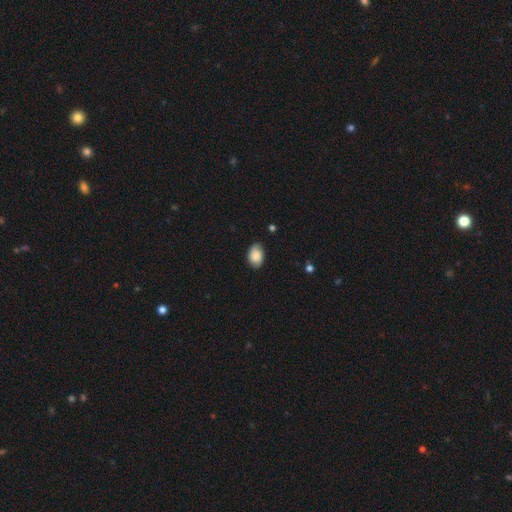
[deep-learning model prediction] A smooth galaxy with no disk features (81%) that is in between round and cigar-shaped (87%).

Vote fractions:
- Smooth or featured? smooth: 81% / featured or disk: 12% / star or artifact: 7%
- How rounded? in between: 87% / round: 12% / cigar-shaped: 1%
- Merging? none: 79% / minor disturbance: 17% / major disturbance: 3% / merger: 1%